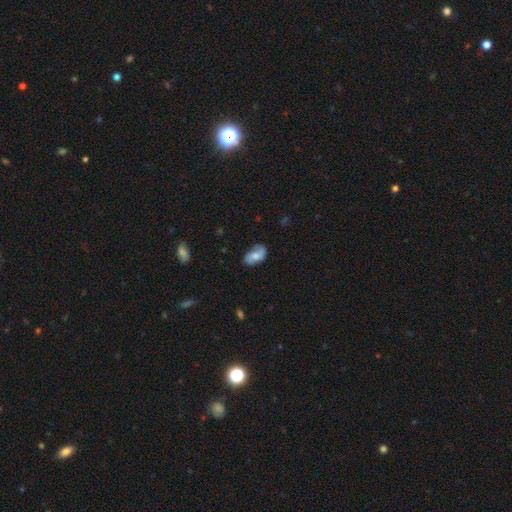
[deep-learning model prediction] featured or disk 46% (tied), smooth 46% (tied), star or artifact 8%. Down the decision tree: merging — none (63%).